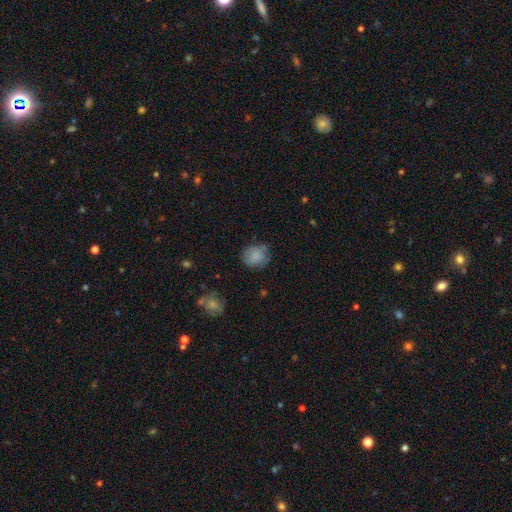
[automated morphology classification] Smooth or featured: smooth — 80% (featured or disk — 11%)
How rounded: round — 79% (in between — 20%)
Merging: none — 72% (minor disturbance — 20%)